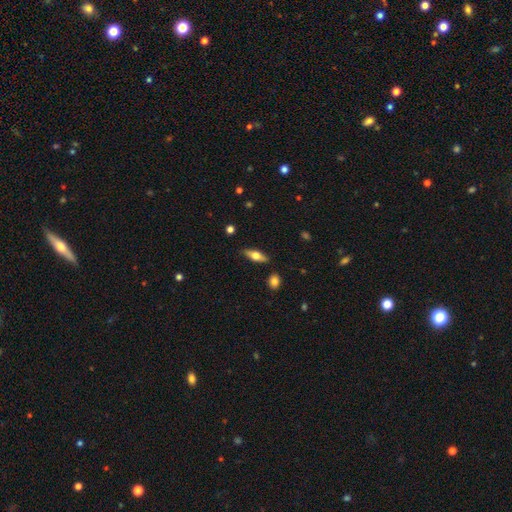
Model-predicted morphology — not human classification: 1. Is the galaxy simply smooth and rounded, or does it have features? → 48% smooth, 45% featured or disk, 7% star or artifact.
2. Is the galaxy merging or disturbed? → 85% none, 10% minor disturbance, 2% major disturbance, 2% merger.